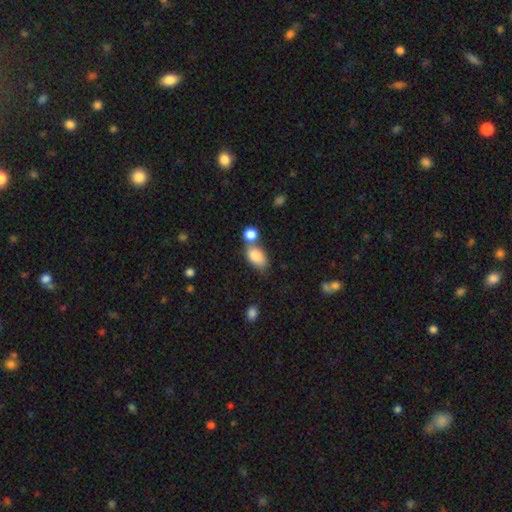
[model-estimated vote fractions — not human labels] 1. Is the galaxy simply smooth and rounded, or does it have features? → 82% smooth, 10% featured or disk, 8% star or artifact.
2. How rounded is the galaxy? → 87% in between, 11% round, 2% cigar-shaped.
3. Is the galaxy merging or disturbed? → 44% none, 38% merger, 14% minor disturbance, 5% major disturbance.